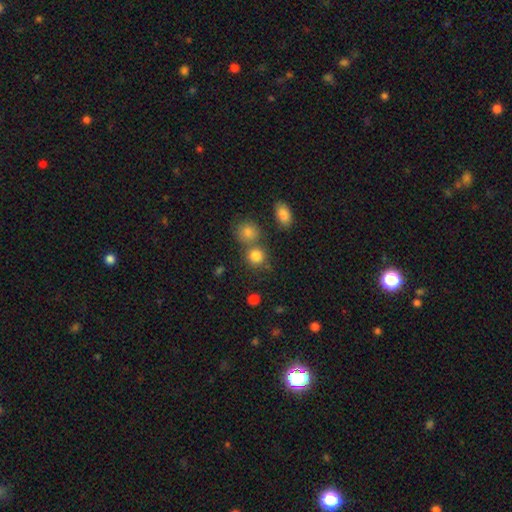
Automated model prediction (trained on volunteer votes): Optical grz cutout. It shows a smooth galaxy with no disk features (83%) that is round (85%). Merging: none (62%).